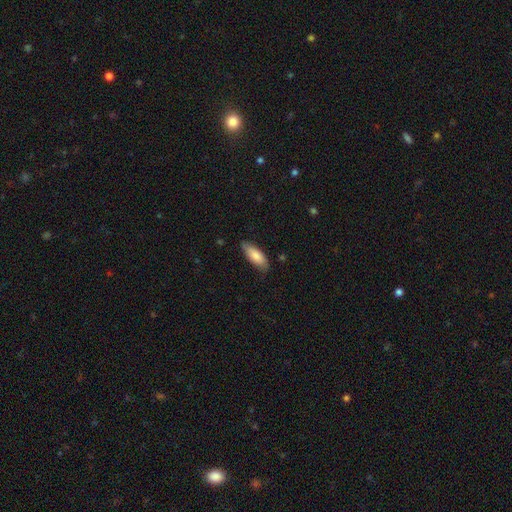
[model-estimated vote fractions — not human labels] smooth 80%, featured or disk 14%, star or artifact 6%. Down the decision tree: how rounded — in between (75%); merging — none (76%).